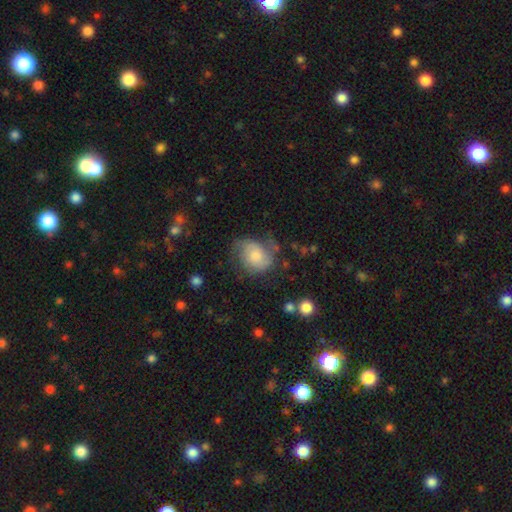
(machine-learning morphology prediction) Smooth or featured: featured or disk — 55% (smooth — 36%)
Edge-on disk: no — 97% (yes — 3%)
Bar: no — 70% (weak — 27%)
Spiral arms: yes — 87% (no — 13%)
Bulge size: moderate — 44% (small — 28%)
Merging: none — 55% (minor disturbance — 27%)